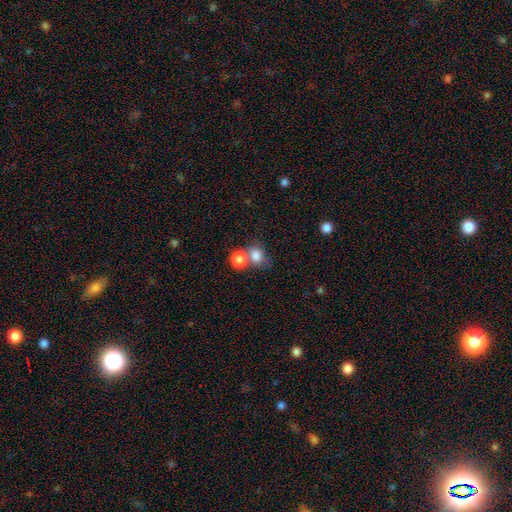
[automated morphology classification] A smooth galaxy with no disk features (81%) that is round (57%).

Vote fractions:
- Smooth or featured? smooth: 81% / star or artifact: 10% / featured or disk: 9%
- How rounded? round: 57% / in between: 41% / cigar-shaped: 1%
- Merging? merger: 50% / none: 36% / minor disturbance: 9% / major disturbance: 5%